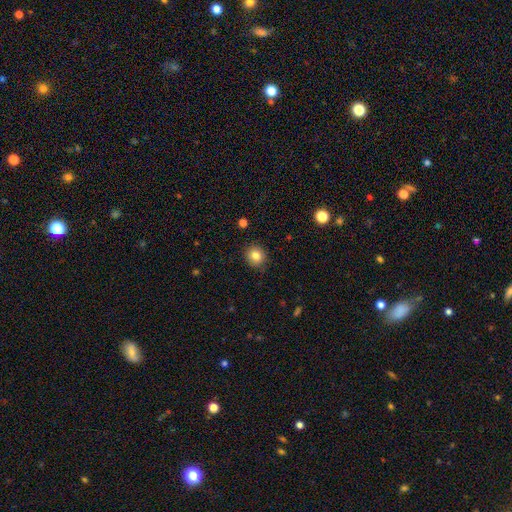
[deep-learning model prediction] This appears to be a smooth galaxy with no disk features (82%) that is round (87%). Merging: none (88%).